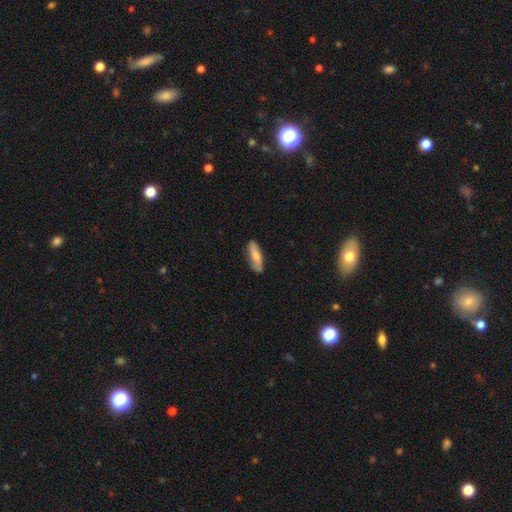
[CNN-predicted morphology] Smooth or featured? smooth (74%)
How rounded? cigar-shaped (49%, tied with in between)
Merging? none (78%)